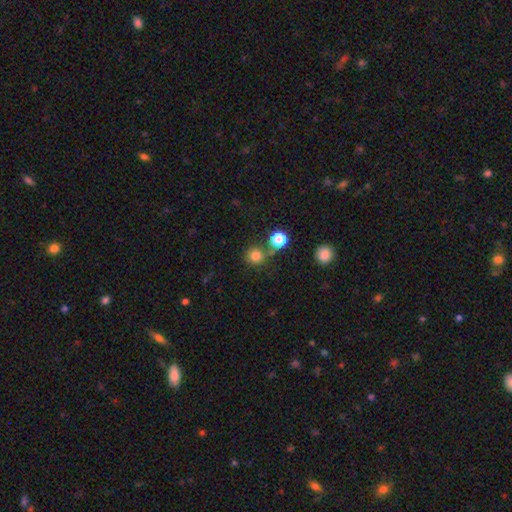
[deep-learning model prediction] smooth_or_featured: smooth (p=0.79) [alt: star or artifact p=0.15]
how_rounded: round (p=0.92) [alt: in between p=0.07]
merging: none (p=0.68) [alt: merger p=0.19]